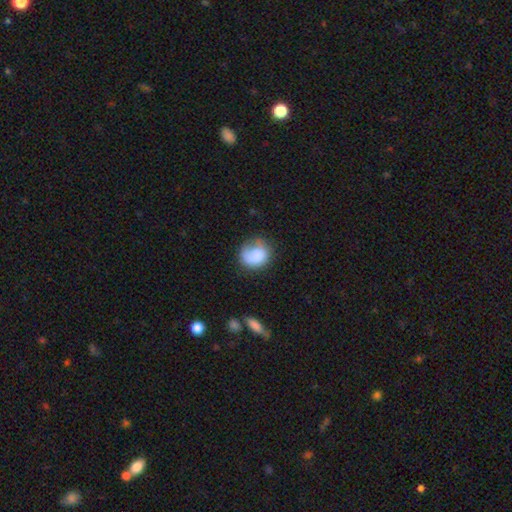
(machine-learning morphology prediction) Smooth or featured? Predicted: smooth (p=0.80). How rounded? Predicted: round (p=0.69). Merging? Predicted: none (p=0.51).